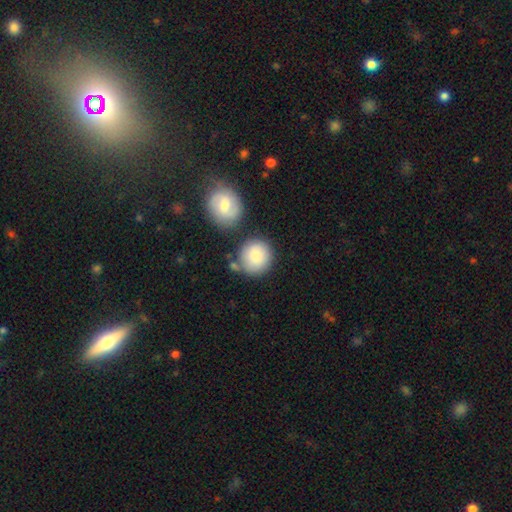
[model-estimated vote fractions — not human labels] Morphology: type=smooth (86%); roundness=round (90%); merging=none (69%).